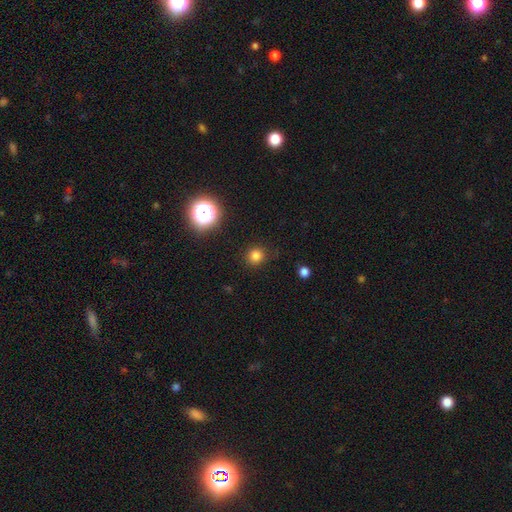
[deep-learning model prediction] This is likely a smooth galaxy (80%). How rounded: clearly round (92%). Merging: clearly none (89%).